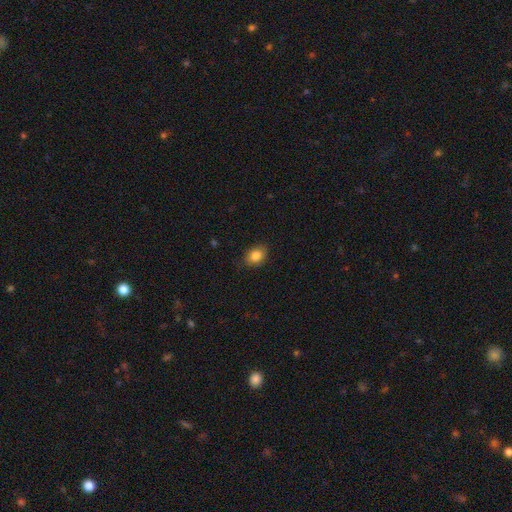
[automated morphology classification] smooth 84%, star or artifact 9%, featured or disk 6%. Down the decision tree: how rounded — in between (69%); merging — none (82%).